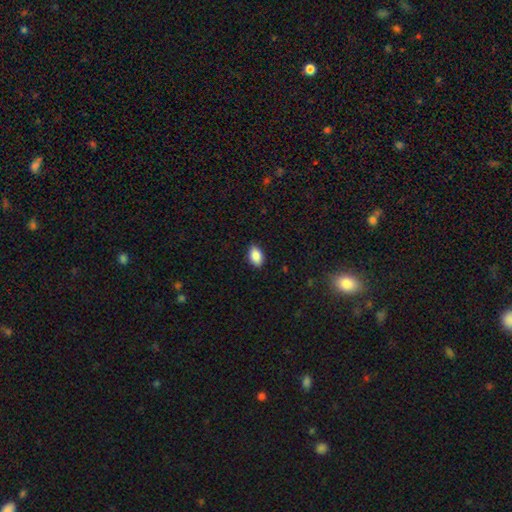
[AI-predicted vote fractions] Q: Smooth or featured?
A: smooth (88%); runner-up: star or artifact (7%)
Q: How rounded?
A: in between (89%); runner-up: round (9%)
Q: Merging?
A: none (85%); runner-up: minor disturbance (12%)